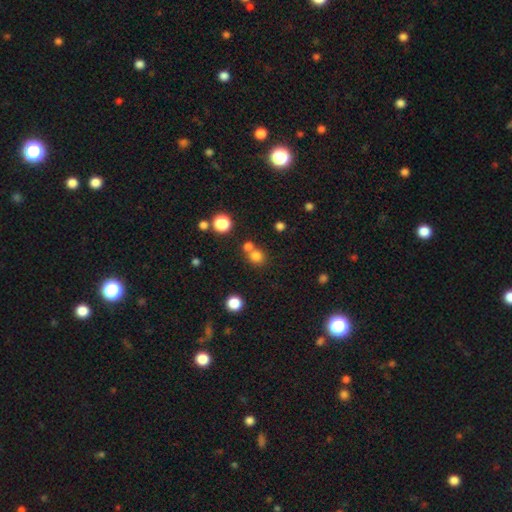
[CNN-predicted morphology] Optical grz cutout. It shows a smooth galaxy with no disk features (78%) that is round (86%). Merging: none (57%).